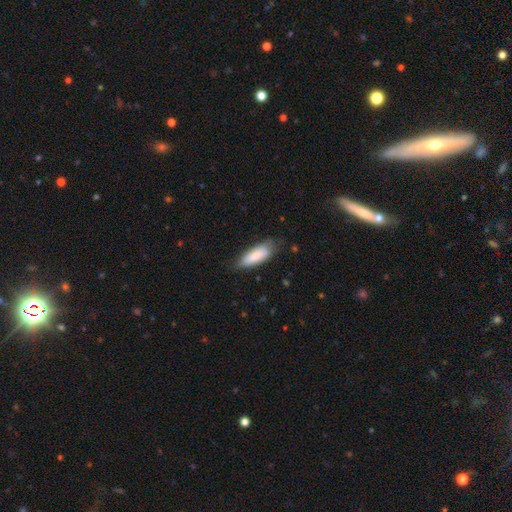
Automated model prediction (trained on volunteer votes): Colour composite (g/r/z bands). It shows a smooth galaxy with no disk features (81%) that is in between round and cigar-shaped (64%). Merging: none (67%).